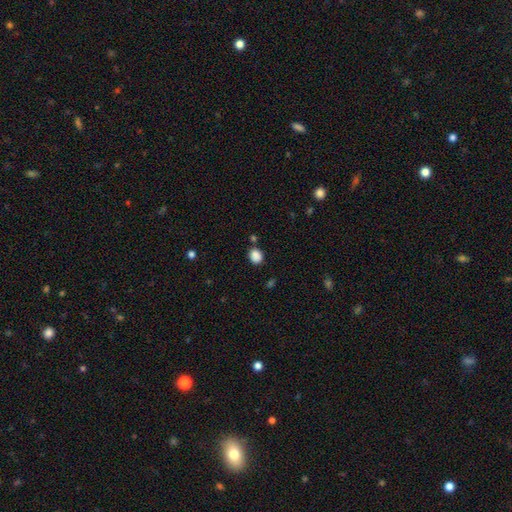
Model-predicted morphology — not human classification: Overall: smooth (86%). How rounded: round (61%; in between 38%). Merging: none (78%).